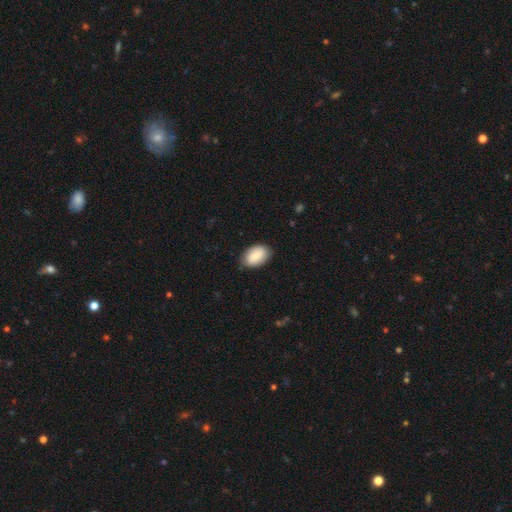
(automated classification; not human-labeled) Smooth or featured? Predicted: smooth (p=0.82). How rounded? Predicted: in between (p=0.91). Merging? Predicted: none (p=0.82).